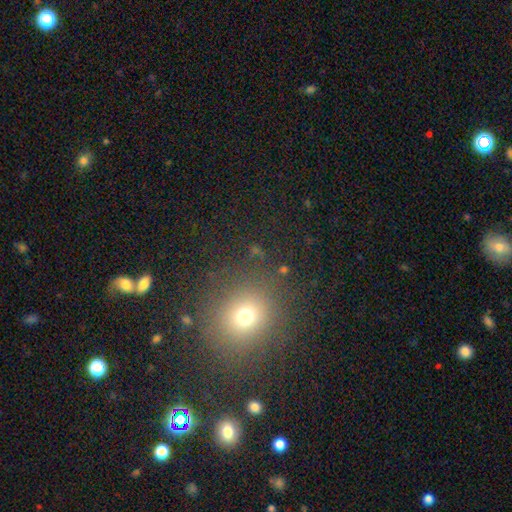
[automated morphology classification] This is likely a smooth galaxy (61%). How rounded: clearly round (84%). Merging: clearly none (88%).